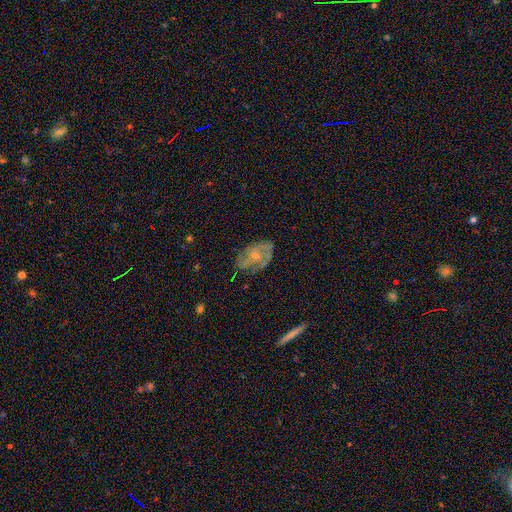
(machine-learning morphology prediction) Smooth or featured? Predicted: featured or disk (p=0.73). Edge-on disk? Predicted: no (p=0.96). Bar? Predicted: no (p=0.73). Spiral arms? Predicted: yes (p=0.86). Spiral winding? Predicted: medium (p=0.44). Spiral arm count? Predicted: 2 (p=0.41). Bulge size? Predicted: small (p=0.58). Merging? Predicted: none (p=0.67).